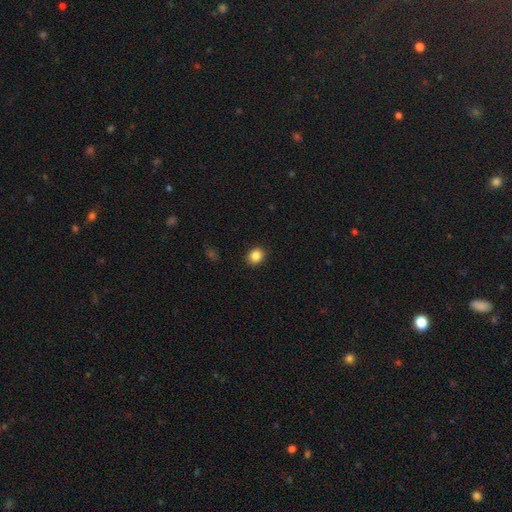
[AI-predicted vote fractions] This appears to be a smooth galaxy with no disk features (86%) that is round (64%). Merging: none (90%).